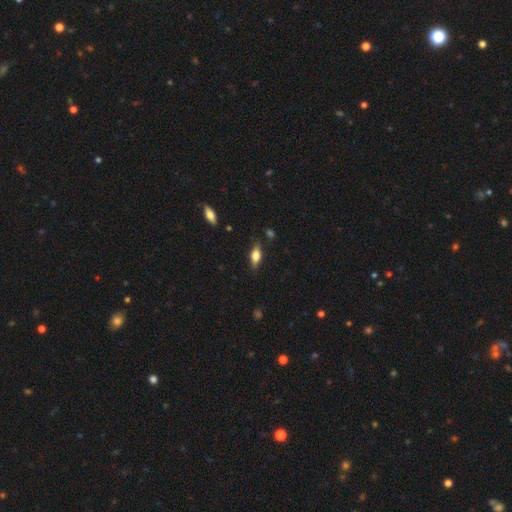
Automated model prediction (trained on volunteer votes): Morphology: type=smooth (62%); roundness=in between (74%); merging=none (81%).